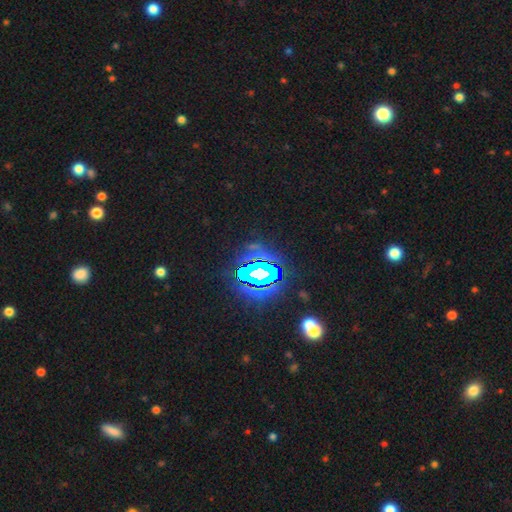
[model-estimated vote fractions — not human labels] star or artifact 84%, smooth 9%, featured or disk 7%.